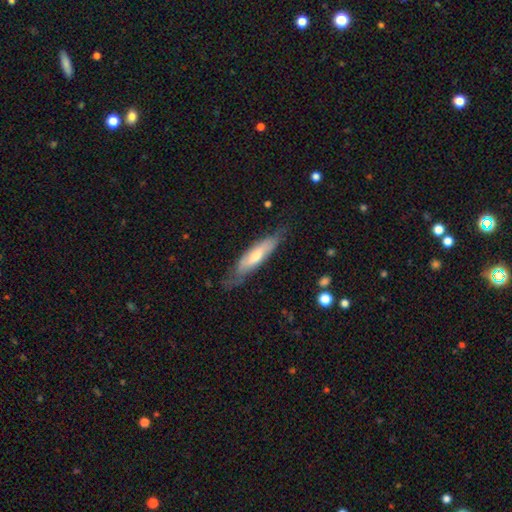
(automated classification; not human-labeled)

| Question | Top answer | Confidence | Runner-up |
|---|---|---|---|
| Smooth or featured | featured or disk | 53% | smooth (41%) |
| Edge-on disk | yes | 56% | no (44%) |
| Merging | none | 66% | minor disturbance (24%) |